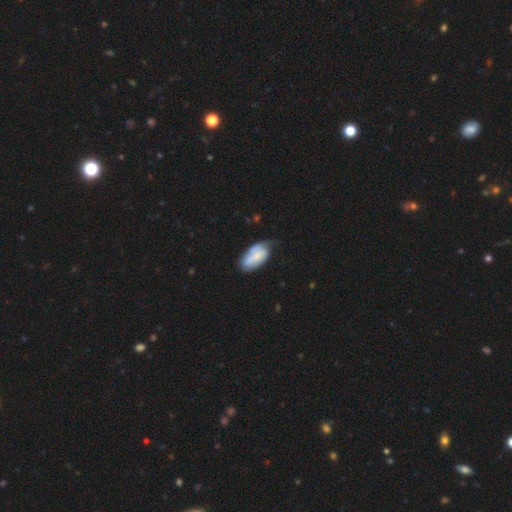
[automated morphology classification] smooth 66%, featured or disk 28%, star or artifact 7%. Down the decision tree: how rounded — in between (92%); merging — none (41%, tied with minor disturbance).